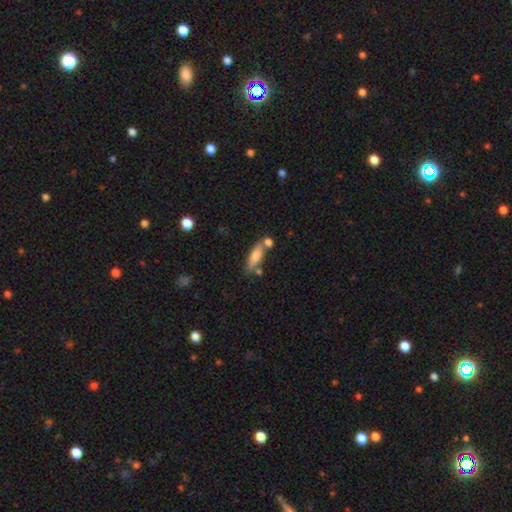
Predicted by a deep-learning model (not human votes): Q: Smooth or featured?
A: smooth (72%); runner-up: featured or disk (21%)
Q: How rounded?
A: cigar-shaped (51%); runner-up: in between (46%)
Q: Merging?
A: none (62%); runner-up: merger (19%)